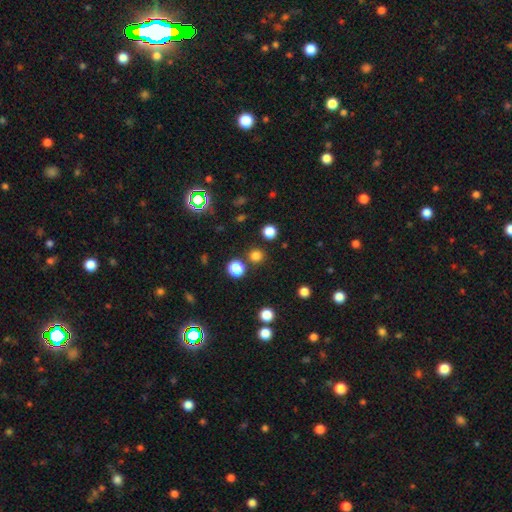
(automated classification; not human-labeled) This appears to be a smooth galaxy with no disk features (78%) that is round (92%). Merging: none (82%).